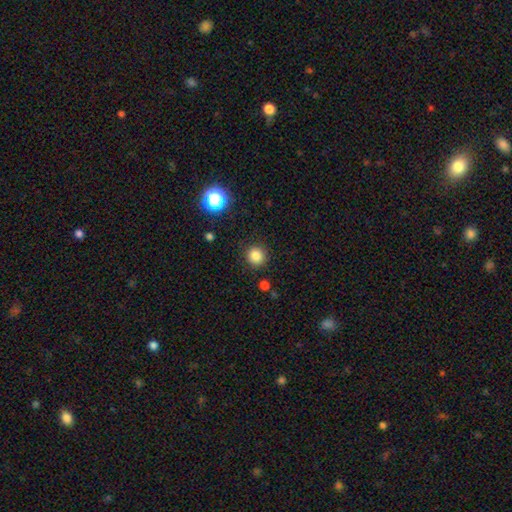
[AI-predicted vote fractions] Overall: smooth (83%). How rounded: round (93%). Merging: none (90%).